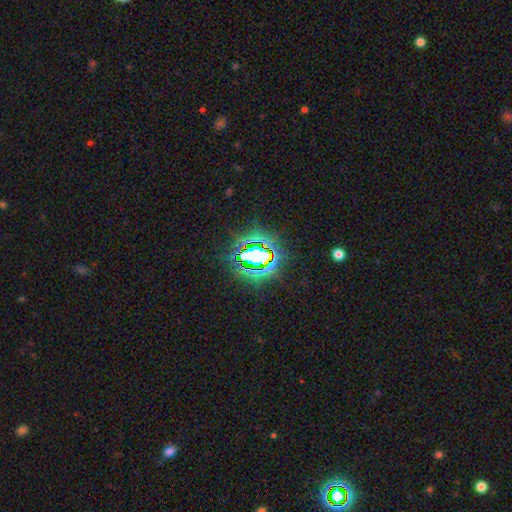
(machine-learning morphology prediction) Smooth or featured? Predicted: star or artifact (p=0.74).